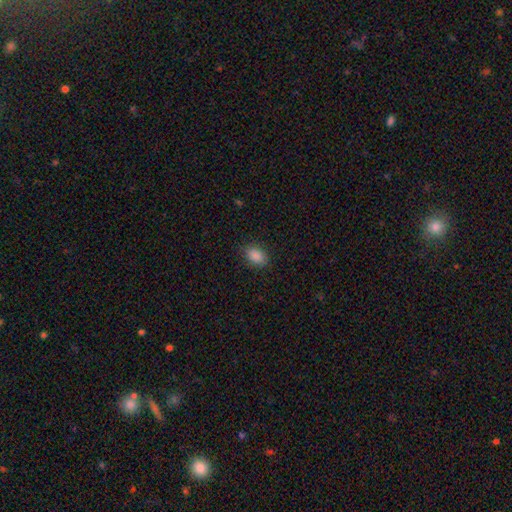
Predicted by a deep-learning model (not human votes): A smooth galaxy with no disk features (89%) that is in between round and cigar-shaped (85%).

Vote fractions:
- Smooth or featured? smooth: 89% / star or artifact: 8% / featured or disk: 3%
- How rounded? in between: 85% / round: 14% / cigar-shaped: 1%
- Merging? none: 86% / minor disturbance: 10% / major disturbance: 3% / merger: 1%